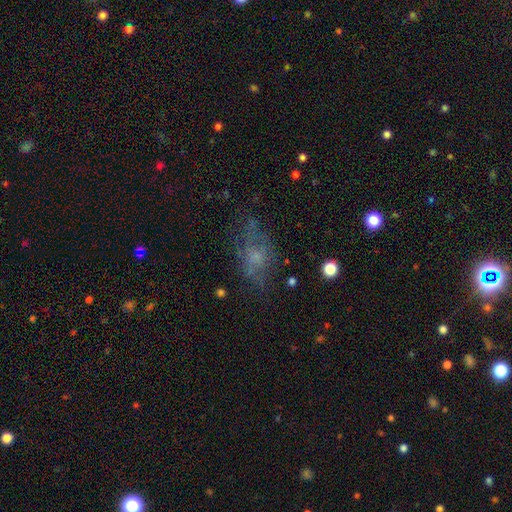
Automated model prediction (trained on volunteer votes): This is marginally a smooth galaxy (42%). Merging: possibly none (50%).